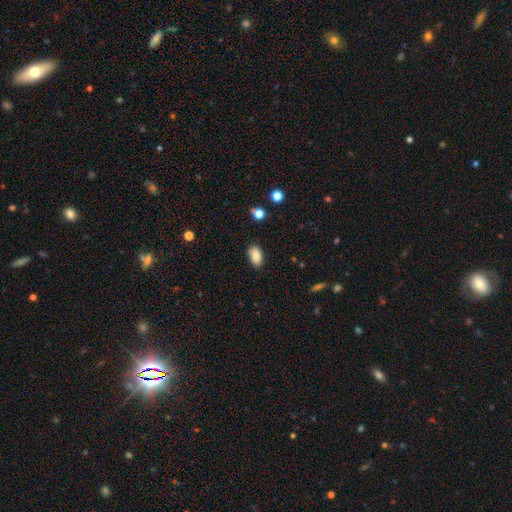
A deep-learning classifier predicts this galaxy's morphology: This appears to be a smooth galaxy with no disk features (86%) that is in between round and cigar-shaped (92%). Merging: none (86%).